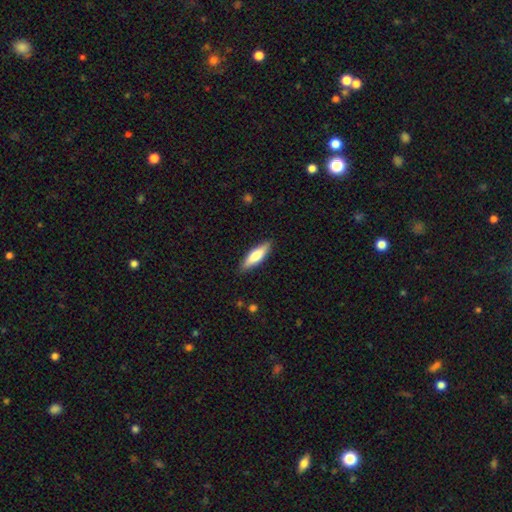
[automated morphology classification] smooth_or_featured: smooth (p=0.65) [alt: featured or disk p=0.30]
how_rounded: cigar-shaped (p=0.60) [alt: in between p=0.38]
merging: none (p=0.87) [alt: minor disturbance p=0.10]